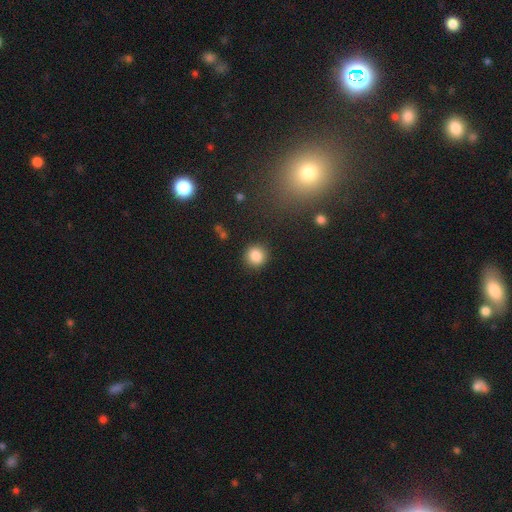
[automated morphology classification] type=smooth (86%); roundness=round (90%); merging=none (89%).